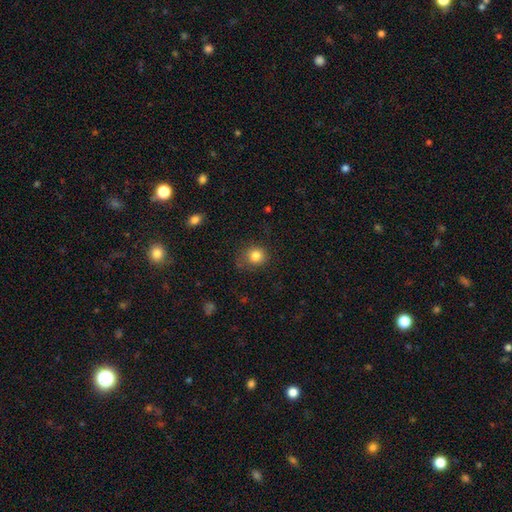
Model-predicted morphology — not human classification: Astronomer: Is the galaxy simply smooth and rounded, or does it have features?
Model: smooth — 82%.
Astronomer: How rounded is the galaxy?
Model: round — 82%.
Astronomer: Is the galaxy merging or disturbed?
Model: none — 69%.